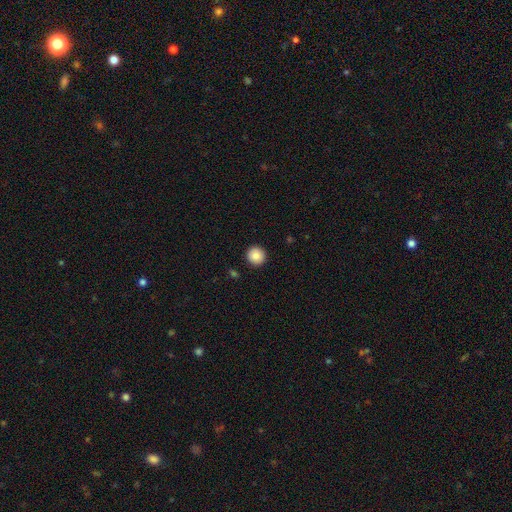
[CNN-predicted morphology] smooth 86%, star or artifact 8%, featured or disk 6%. Down the decision tree: how rounded — round (95%); merging — none (93%).